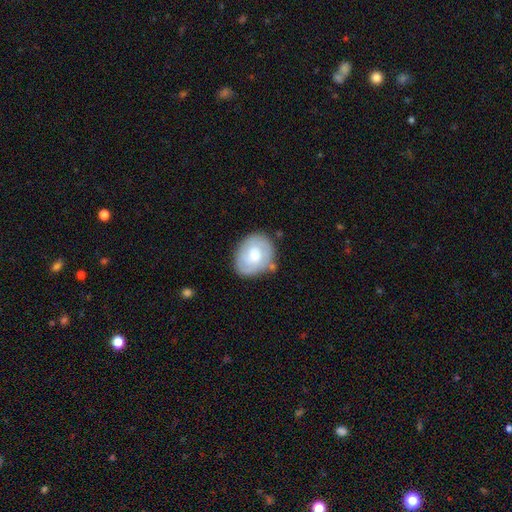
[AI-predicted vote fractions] Smooth or featured? Predicted: featured or disk (p=0.57). Edge-on disk? Predicted: no (p=0.97). Bar? Predicted: no (p=0.67). Spiral arms? Predicted: yes (p=0.79). Bulge size? Predicted: moderate (p=0.53). Merging? Predicted: none (p=0.75).